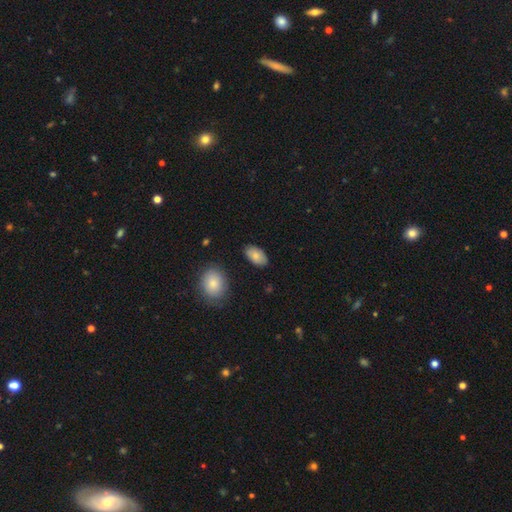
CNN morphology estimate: smooth 82%, featured or disk 11%, star or artifact 7%. Down the decision tree: how rounded — in between (94%); merging — none (84%).